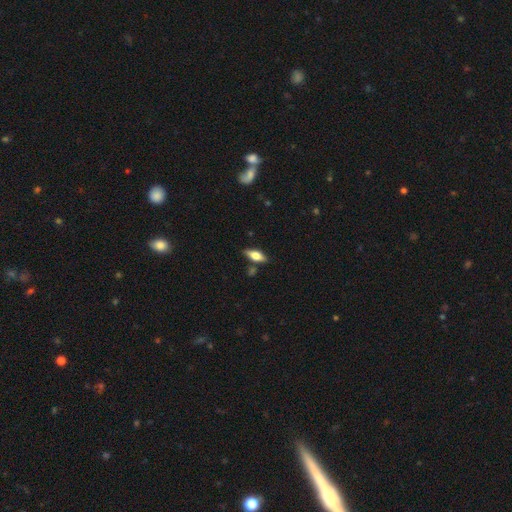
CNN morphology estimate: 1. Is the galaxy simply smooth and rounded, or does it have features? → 57% smooth, 36% featured or disk, 7% star or artifact.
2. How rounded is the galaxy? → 72% in between, 25% cigar-shaped, 3% round.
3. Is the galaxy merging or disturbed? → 79% none, 13% minor disturbance, 5% merger, 3% major disturbance.